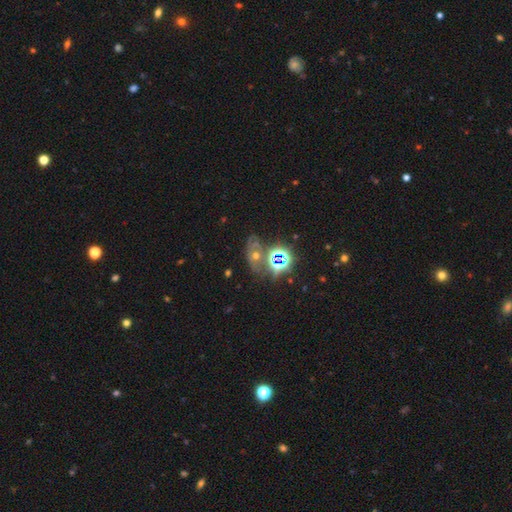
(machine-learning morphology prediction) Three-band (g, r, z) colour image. It shows a star or artifact, not a galaxy (48%).